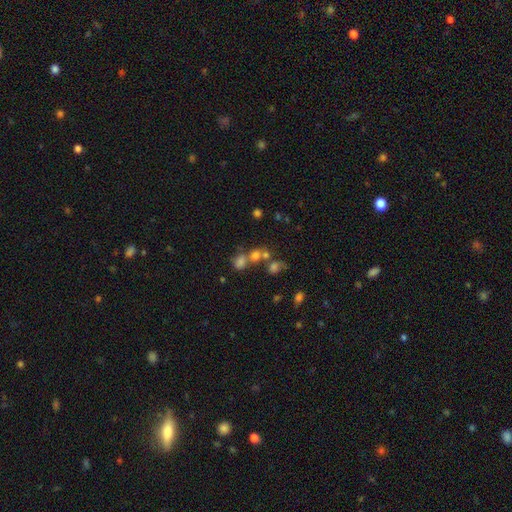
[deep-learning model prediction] smooth 50%, star or artifact 32%, featured or disk 18%. Down the decision tree: how rounded — round (67%); merging — merger (42%, tied with none).